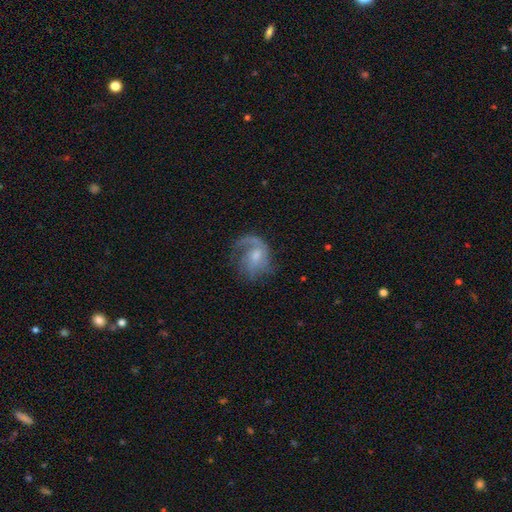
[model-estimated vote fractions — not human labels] The model was most divided on "spiral winding": medium: 42%, loose: 36%, tight: 22%. Remaining: edge-on disk — no (97%); spiral arms — yes (88%); smooth or featured — featured or disk (71%); bar — no (56%); spiral arm count — 1 (53%); merging — none (49%); bulge size — moderate (48%).